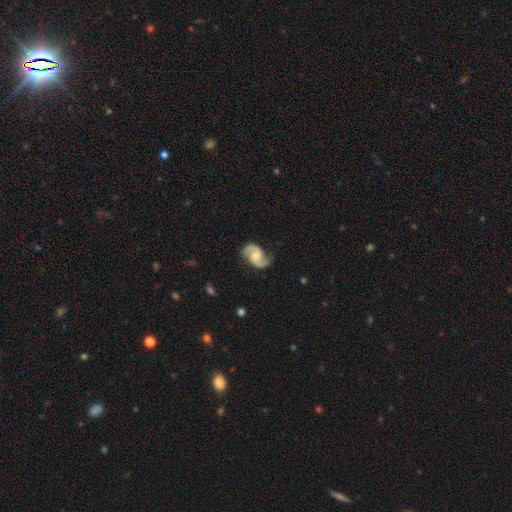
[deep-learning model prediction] Smooth or featured? featured or disk (86%)
Edge-on disk? no (98%)
Bar? no (49%)
Spiral arms? yes (97%)
Spiral winding? medium (51%)
Spiral arm count? 2 (93%)
Bulge size? moderate (50%)
Merging? none (78%)